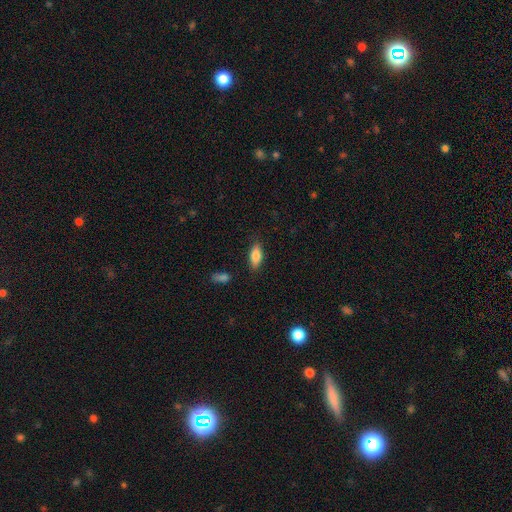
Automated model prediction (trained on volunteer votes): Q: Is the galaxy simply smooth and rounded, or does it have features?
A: smooth — 81%.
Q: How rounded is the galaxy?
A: in between — 78%.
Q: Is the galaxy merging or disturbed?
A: none — 83%.